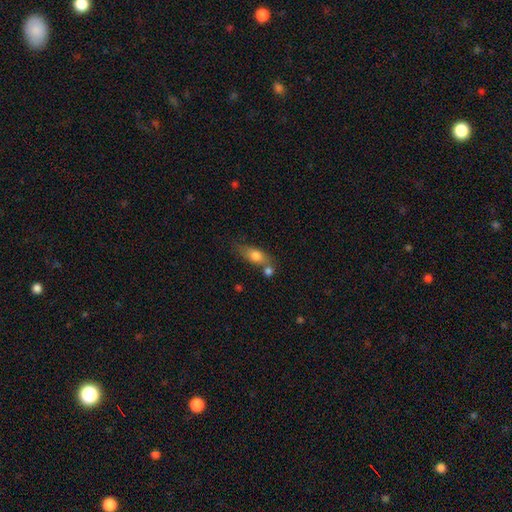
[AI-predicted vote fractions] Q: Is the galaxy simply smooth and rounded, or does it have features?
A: smooth — 73%.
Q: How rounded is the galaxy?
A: in between — 71%.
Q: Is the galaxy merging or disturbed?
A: none — 47%.